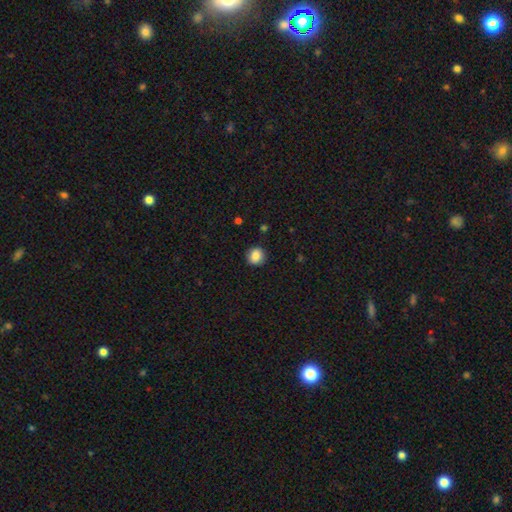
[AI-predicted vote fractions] Smooth or featured?
  - smooth: 87% *
  - star or artifact: 9%
  - featured or disk: 4%
How rounded?
  - round: 89% *
  - in between: 10%
  - cigar-shaped: 1%
Merging?
  - none: 89% *
  - minor disturbance: 8%
  - major disturbance: 2%
  - merger: 1%